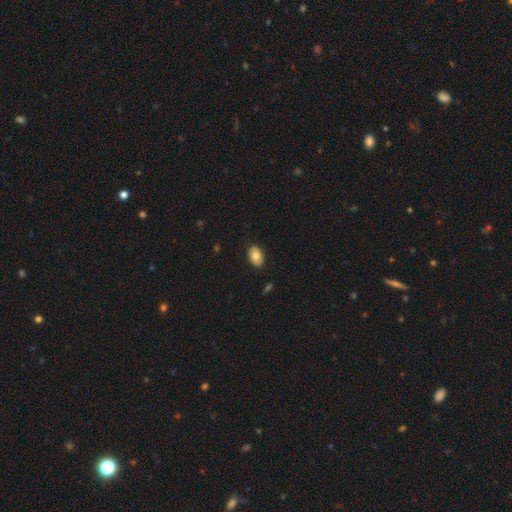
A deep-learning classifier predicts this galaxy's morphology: type=smooth (83%); roundness=in between (88%); merging=none (87%).